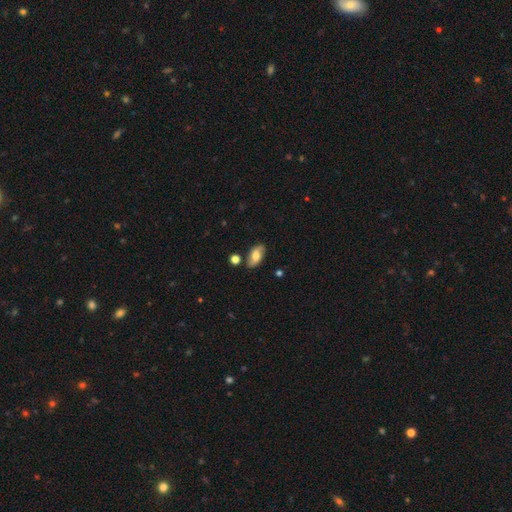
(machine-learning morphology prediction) smooth 56%, featured or disk 37%, star or artifact 7%. Down the decision tree: how rounded — in between (90%); merging — none (78%).